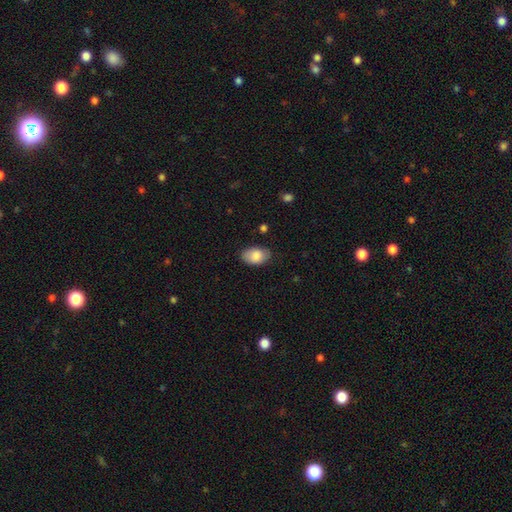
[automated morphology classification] Smooth or featured? Predicted: smooth (p=0.84). How rounded? Predicted: in between (p=0.90). Merging? Predicted: none (p=0.80).